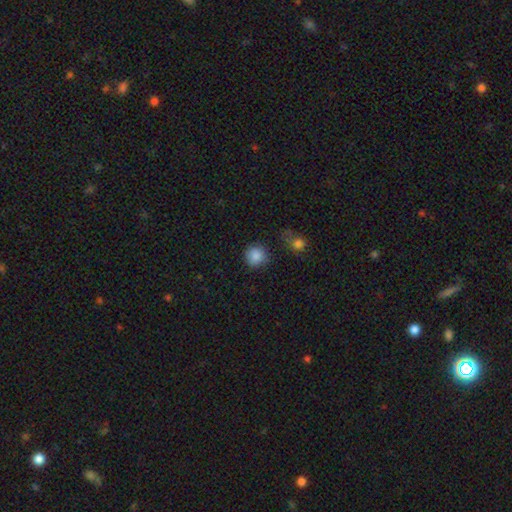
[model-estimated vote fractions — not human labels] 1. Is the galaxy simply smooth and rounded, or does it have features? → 87% smooth, 9% star or artifact, 4% featured or disk.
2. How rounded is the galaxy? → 91% round, 8% in between, 1% cigar-shaped.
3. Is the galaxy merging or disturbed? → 80% none, 12% minor disturbance, 4% merger, 4% major disturbance.